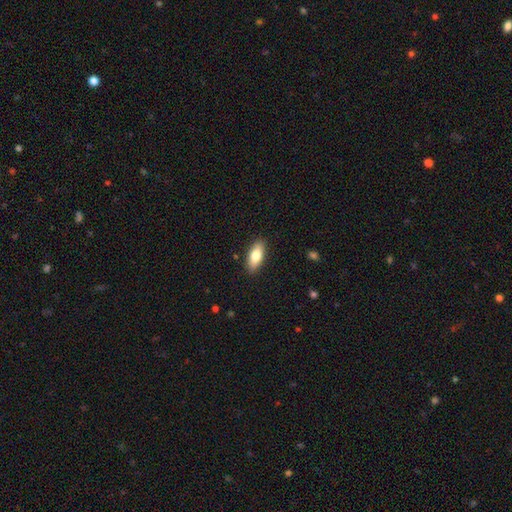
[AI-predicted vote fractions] Smooth or featured?
  - smooth: 78% *
  - featured or disk: 16%
  - star or artifact: 6%
How rounded?
  - in between: 80% *
  - cigar-shaped: 18%
  - round: 2%
Merging?
  - none: 88% *
  - minor disturbance: 9%
  - major disturbance: 2%
  - merger: 1%